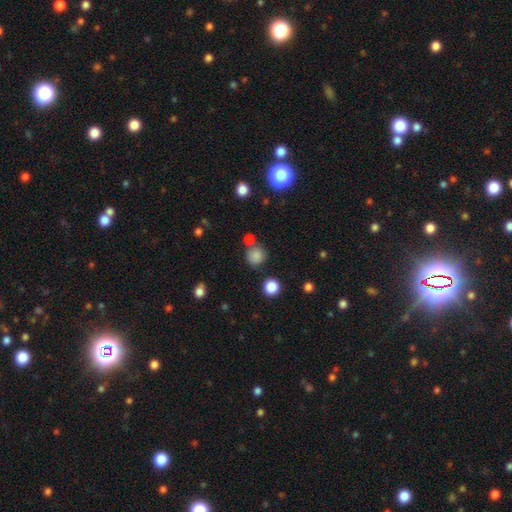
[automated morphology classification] Smooth or featured? smooth (80%)
How rounded? round (88%)
Merging? none (67%)